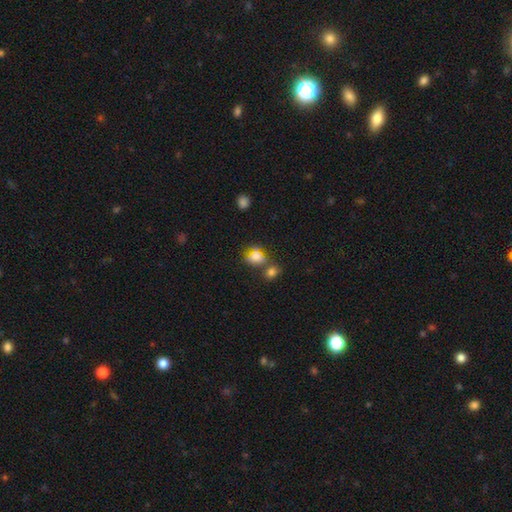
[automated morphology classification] Smooth or featured: smooth — 72% (star or artifact — 16%)
How rounded: in between — 61% (round — 37%)
Merging: none — 45% (merger — 31%)